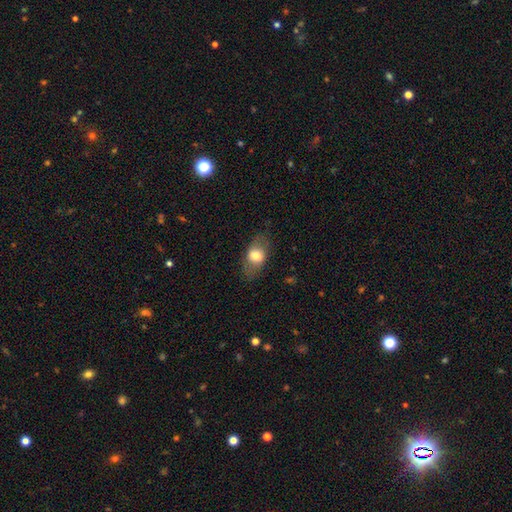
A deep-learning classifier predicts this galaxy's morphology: type=smooth (67%); roundness=in between (78%); merging=none (77%).